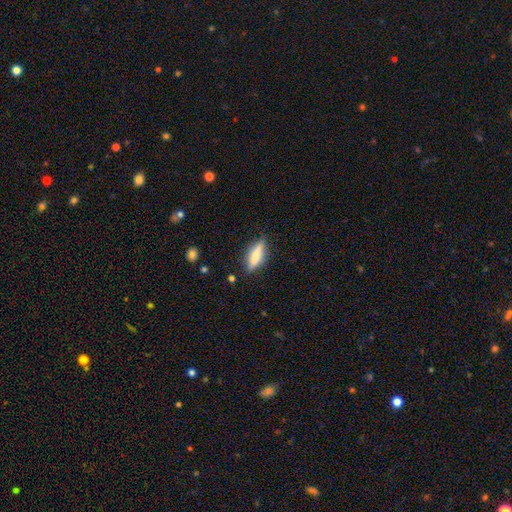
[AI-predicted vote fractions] Morphology: type=smooth (65%); roundness=cigar-shaped (66%); merging=none (82%).